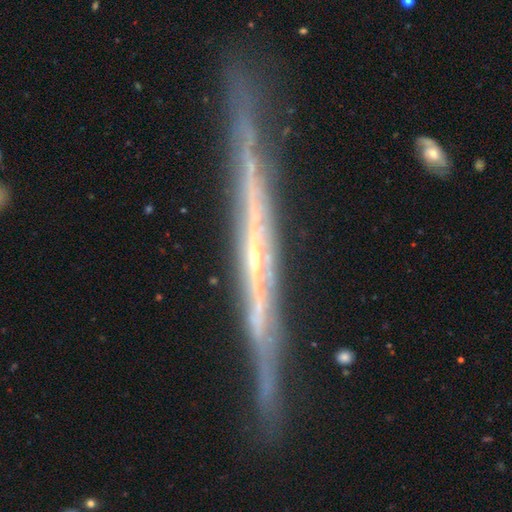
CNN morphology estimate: smooth-or-featured: featured or disk: 83% | smooth: 10% | star or artifact: 6%
  disk-edge-on: yes: 97% | no: 3%
    edge-on-bulge: none: 68% | rounded: 27% | boxy: 5%
  merging: none: 87% | minor disturbance: 9% | major disturbance: 2% | merger: 1%